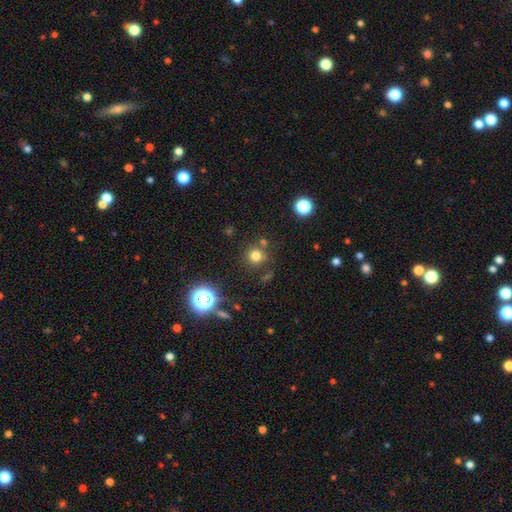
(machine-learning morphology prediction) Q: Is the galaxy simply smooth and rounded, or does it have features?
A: smooth — 73%.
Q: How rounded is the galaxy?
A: round — 92%.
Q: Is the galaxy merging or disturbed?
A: none — 77%.